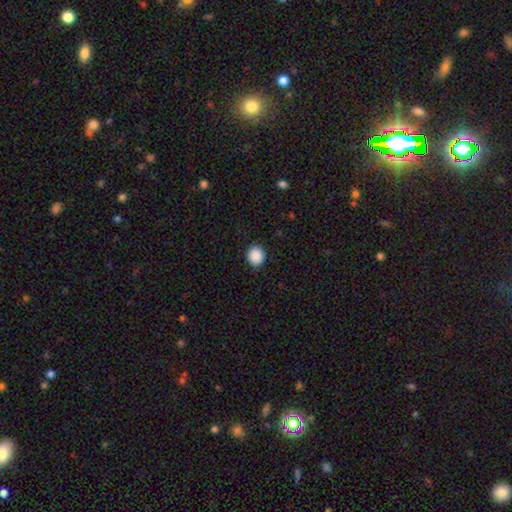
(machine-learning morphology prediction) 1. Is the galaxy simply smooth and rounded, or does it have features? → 89% smooth, 8% star or artifact, 2% featured or disk.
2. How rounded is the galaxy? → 82% round, 18% in between, 1% cigar-shaped.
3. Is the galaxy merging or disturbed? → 91% none, 6% minor disturbance, 2% major disturbance, 1% merger.